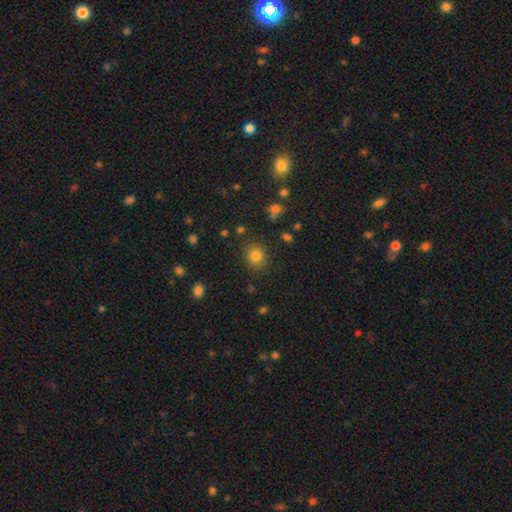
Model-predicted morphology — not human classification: Smooth or featured?
  - smooth: 80% *
  - star or artifact: 14%
  - featured or disk: 6%
How rounded?
  - round: 72% *
  - in between: 27%
  - cigar-shaped: 1%
Merging?
  - none: 85% *
  - minor disturbance: 10%
  - major disturbance: 3%
  - merger: 2%